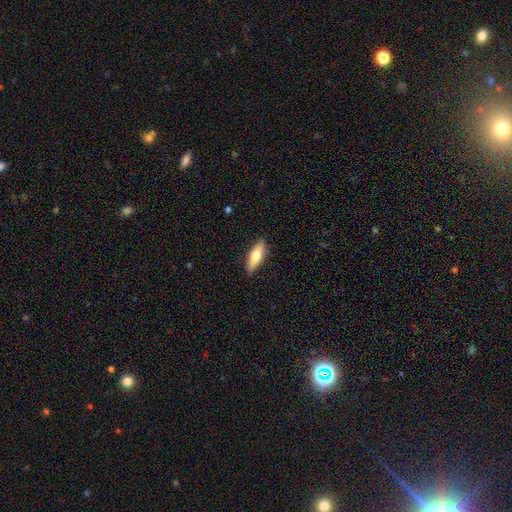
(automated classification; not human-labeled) Smooth or featured?
  - smooth: 65% *
  - featured or disk: 29%
  - star or artifact: 6%
How rounded?
  - in between: 50% *
  - cigar-shaped: 47%
  - round: 2%
Merging?
  - none: 88% *
  - minor disturbance: 9%
  - major disturbance: 2%
  - merger: 1%